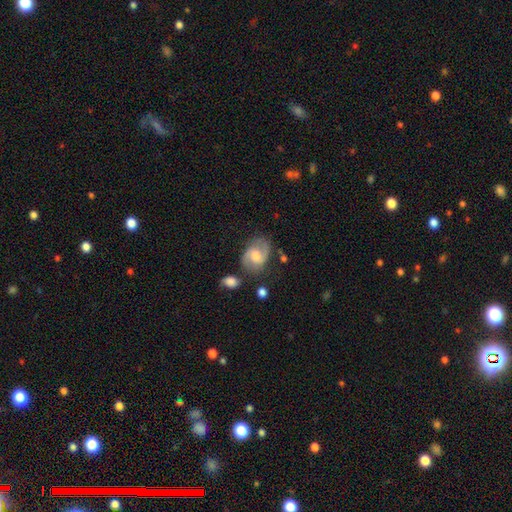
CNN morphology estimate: type=featured or disk (69%); edge-on=no (97%); bar=weak (49%); spiral arms=yes (90%); winding=medium (52%); arm count=2 (89%); bulge=moderate (66%); merging=none (71%).